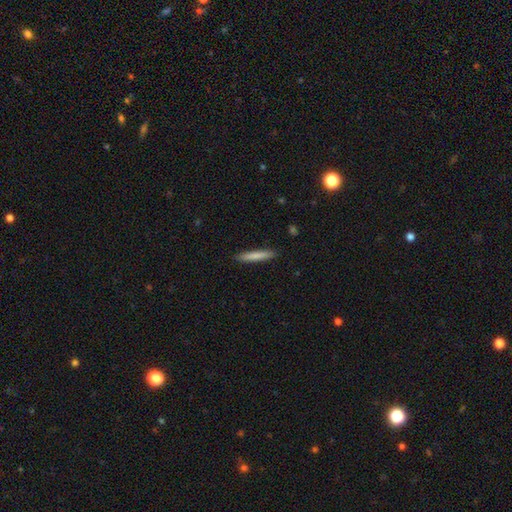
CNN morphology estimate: A smooth galaxy with no disk features (78%) that is cigar-shaped (94%).

Vote fractions:
- Smooth or featured? smooth: 78% / featured or disk: 16% / star or artifact: 6%
- How rounded? cigar-shaped: 94% / in between: 5% / round: 1%
- Merging? none: 90% / minor disturbance: 7% / major disturbance: 1% / merger: 1%